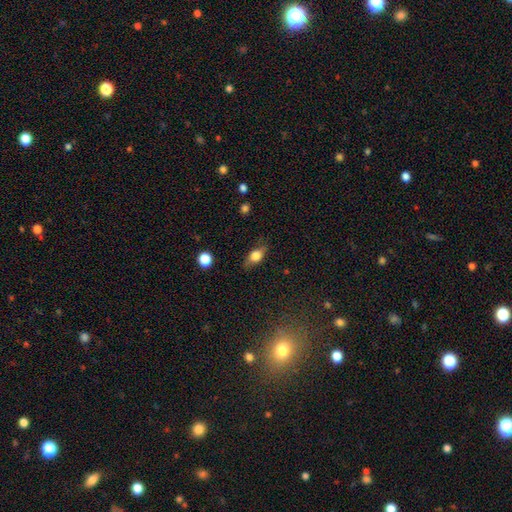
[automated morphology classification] Smooth or featured: smooth — 70% (featured or disk — 21%)
How rounded: in between — 76% (round — 14%)
Merging: none — 77% (minor disturbance — 17%)